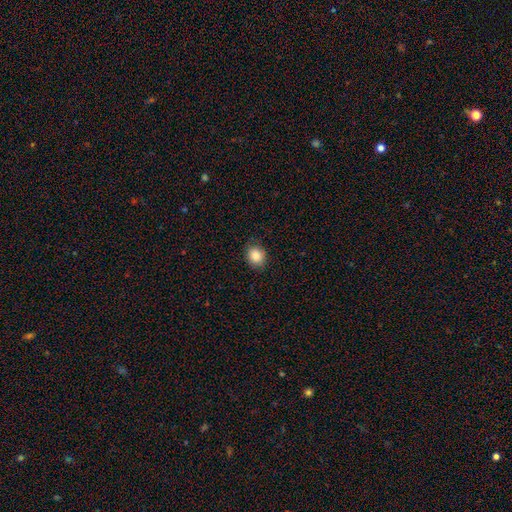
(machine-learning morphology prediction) Smooth or featured?
  - smooth: 86% *
  - star or artifact: 9%
  - featured or disk: 5%
How rounded?
  - round: 69% *
  - in between: 30%
  - cigar-shaped: 1%
Merging?
  - none: 85% *
  - minor disturbance: 11%
  - major disturbance: 3%
  - merger: 1%